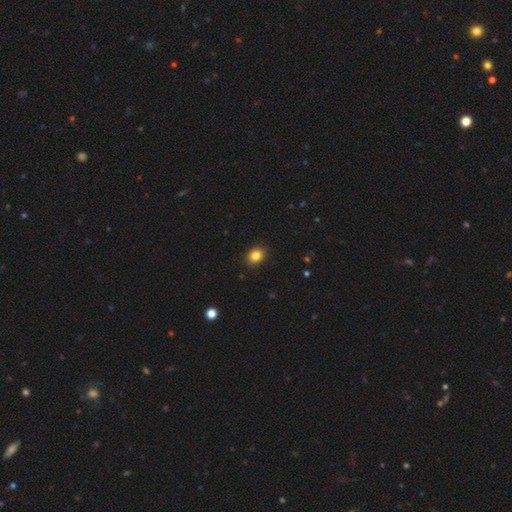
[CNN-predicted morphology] type=smooth (83%); roundness=round (52%); merging=none (90%).